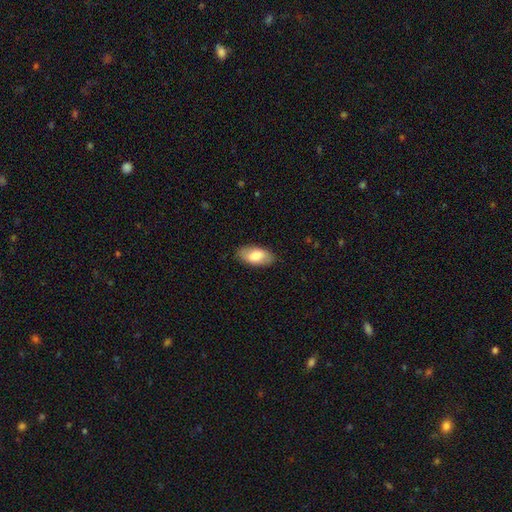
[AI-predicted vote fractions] This appears to be a smooth galaxy with no disk features (76%) that is in between round and cigar-shaped (93%). Merging: none (85%).